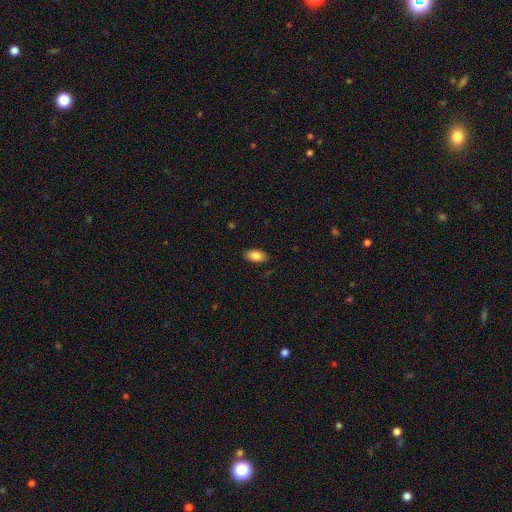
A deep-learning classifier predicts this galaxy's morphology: Overall: smooth (84%). How rounded: in between (91%). Merging: none (85%).